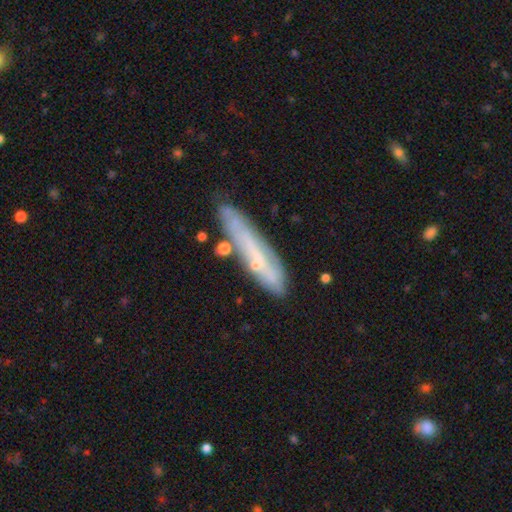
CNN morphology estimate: Smooth or featured? featured or disk (55%)
Edge-on disk? yes (57%)
Merging? none (71%)